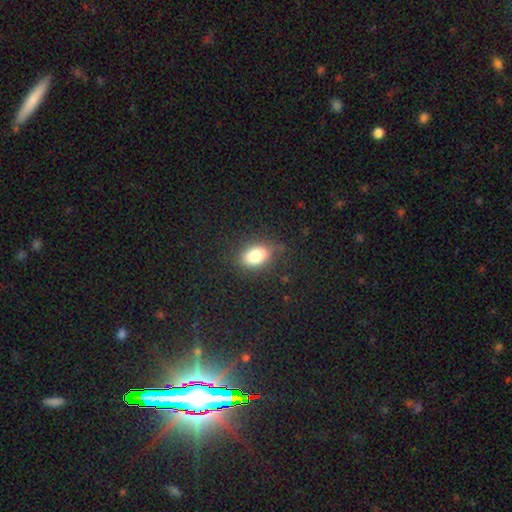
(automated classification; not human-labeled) This appears to be a smooth galaxy with no disk features (82%) that is in between round and cigar-shaped (84%). Merging: none (79%).